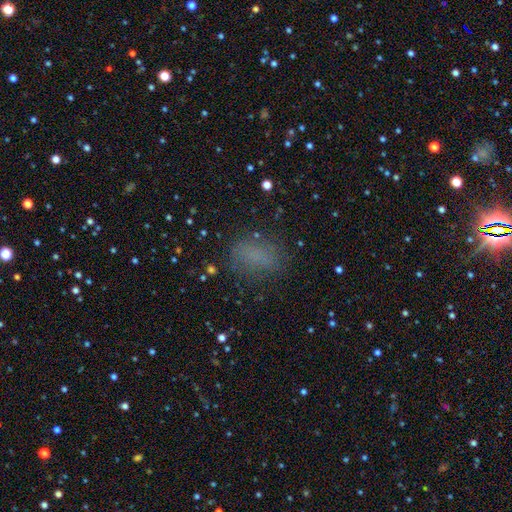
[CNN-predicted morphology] The model was most divided on "smooth or featured": smooth: 72%, star or artifact: 20%, featured or disk: 8%. More confident: how rounded — in between (83%); merging — none (77%).